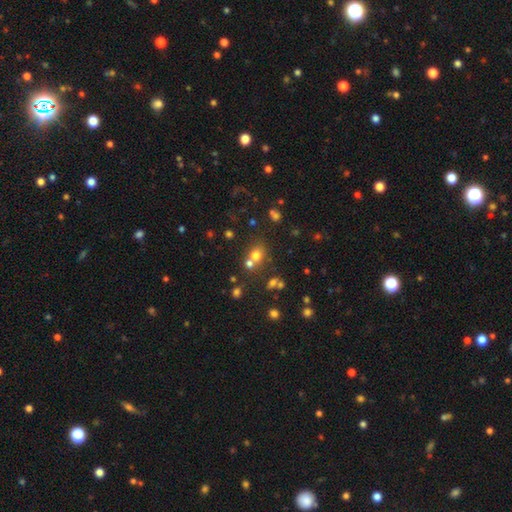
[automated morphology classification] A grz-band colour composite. It shows a smooth galaxy with no disk features (65%) that is round (75%). Merging: none (52%).